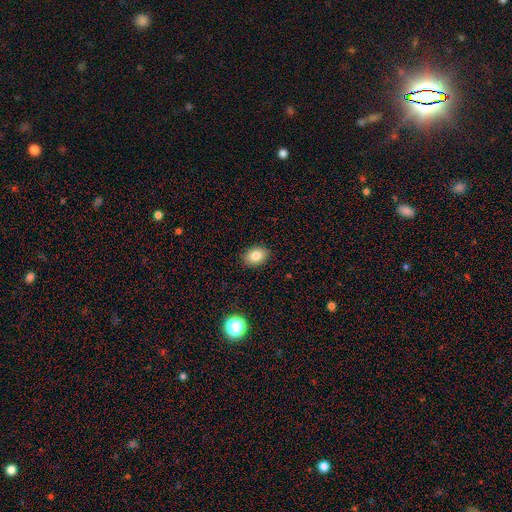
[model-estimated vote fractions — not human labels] Smooth or featured? Predicted: smooth (p=0.83). How rounded? Predicted: in between (p=0.73). Merging? Predicted: none (p=0.89).